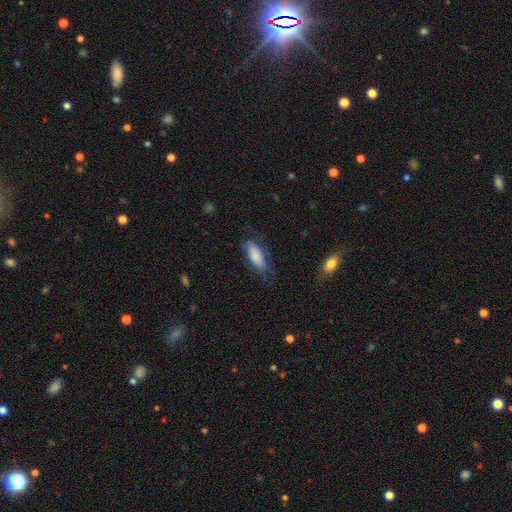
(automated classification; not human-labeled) Smooth or featured: smooth — 78% (featured or disk — 15%)
How rounded: in between — 71% (cigar-shaped — 27%)
Merging: none — 66% (minor disturbance — 22%)